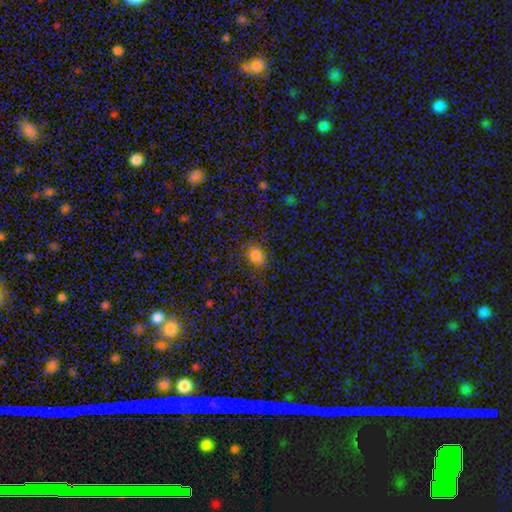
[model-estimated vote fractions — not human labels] Smooth or featured? Predicted: smooth (p=0.63). How rounded? Predicted: round (p=0.51). Merging? Predicted: none (p=0.79).